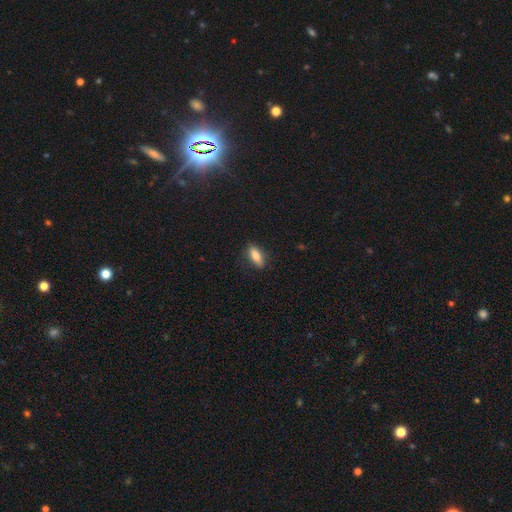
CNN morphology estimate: The model was most divided on "how rounded": in between: 68%, cigar-shaped: 29%, round: 3%. More confident: merging — none (84%); smooth or featured — smooth (77%).